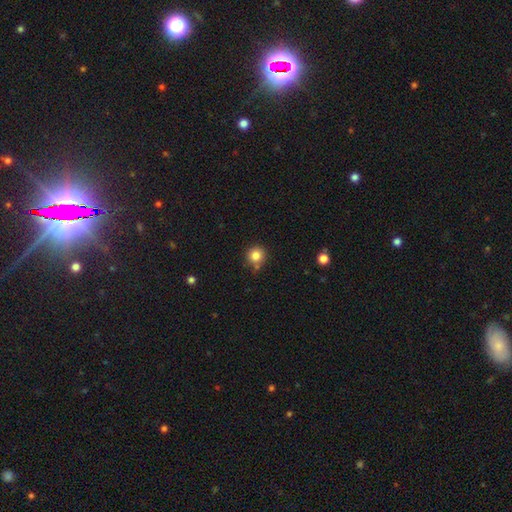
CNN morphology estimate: Q: Smooth or featured?
A: smooth (83%); runner-up: star or artifact (12%)
Q: How rounded?
A: round (93%); runner-up: in between (6%)
Q: Merging?
A: none (79%); runner-up: minor disturbance (11%)